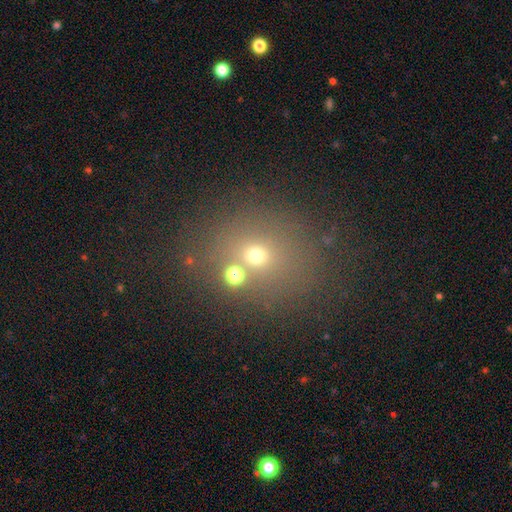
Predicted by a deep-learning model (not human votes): Smooth or featured: smooth — 60% (star or artifact — 26%)
How rounded: round — 73% (in between — 26%)
Merging: none — 70% (merger — 13%)